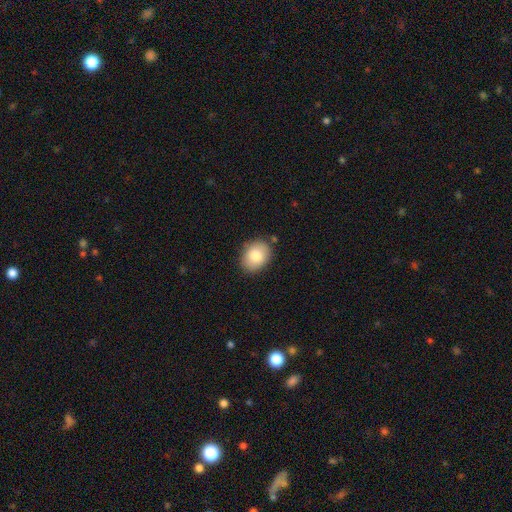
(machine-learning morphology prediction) Smooth or featured? Predicted: smooth (p=0.83). How rounded? Predicted: in between (p=0.62). Merging? Predicted: none (p=0.83).